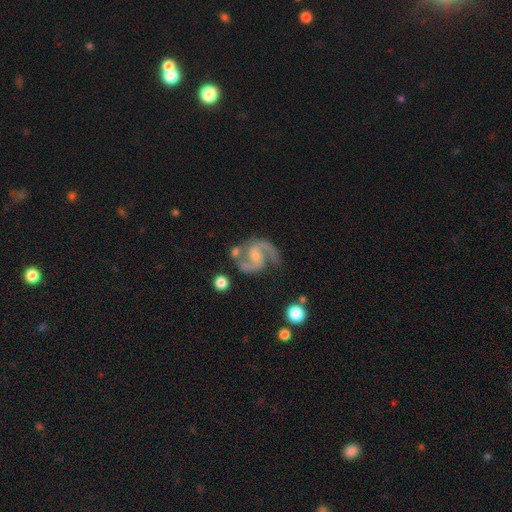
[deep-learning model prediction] smooth_or_featured: featured or disk (p=0.92) [alt: star or artifact p=0.05]
disk_edge_on: no (p=0.98) [alt: yes p=0.02]
bar: no (p=0.45) [alt: weak p=0.42]
has_spiral_arms: yes (p=0.98) [alt: no p=0.02]
spiral_winding: medium (p=0.64) [alt: loose p=0.21]
spiral_arm_count: 2 (p=0.94) [alt: can't tell p=0.02]
bulge_size: small (p=0.48) [alt: moderate p=0.32]
merging: none (p=0.68) [alt: minor disturbance p=0.17]